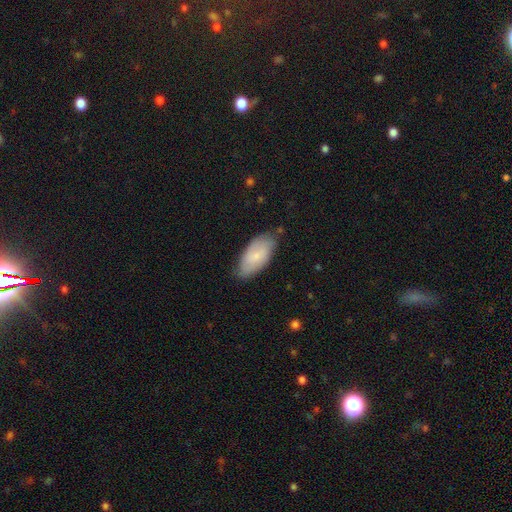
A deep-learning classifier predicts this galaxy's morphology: Smooth or featured? smooth (66%)
How rounded? in between (92%)
Merging? none (72%)